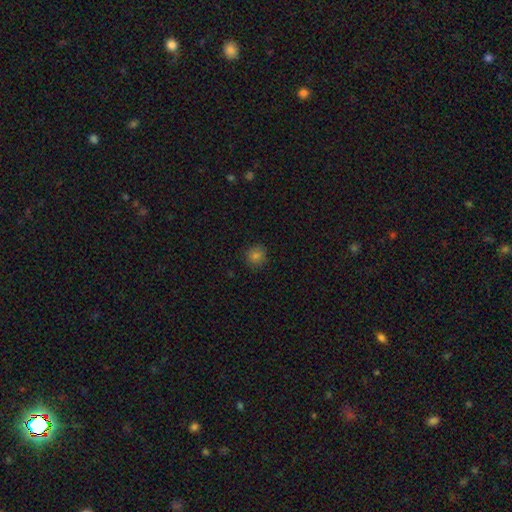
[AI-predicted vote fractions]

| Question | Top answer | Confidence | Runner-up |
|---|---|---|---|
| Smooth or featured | smooth | 79% | star or artifact (14%) |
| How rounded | round | 89% | in between (10%) |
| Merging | none | 87% | minor disturbance (9%) |